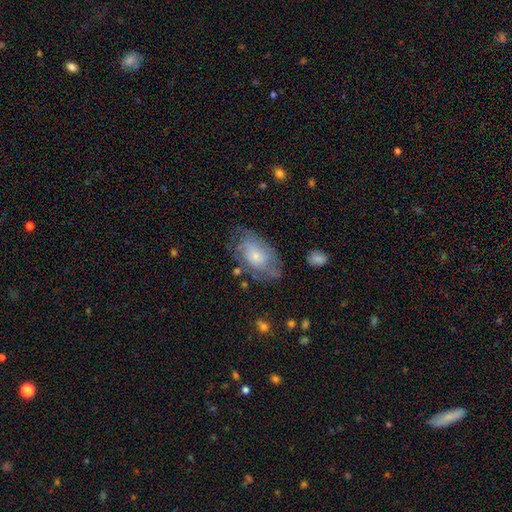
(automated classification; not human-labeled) This appears to be a featured or disk galaxy (51%). Merging: none (60%).